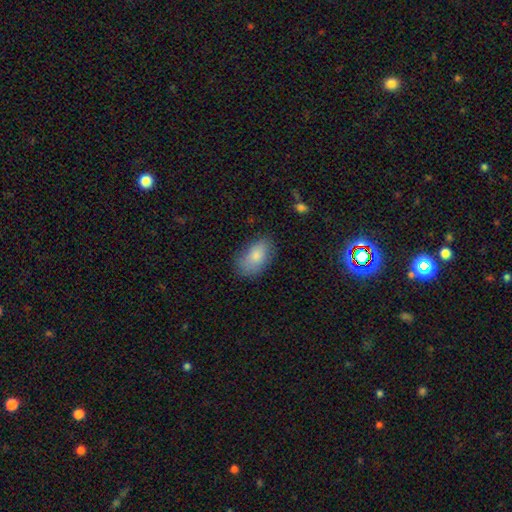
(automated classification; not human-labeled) The model was most divided on "merging": none: 74%, minor disturbance: 20%, major disturbance: 5%, merger: 2%. More confident: how rounded — in between (92%); smooth or featured — smooth (82%).